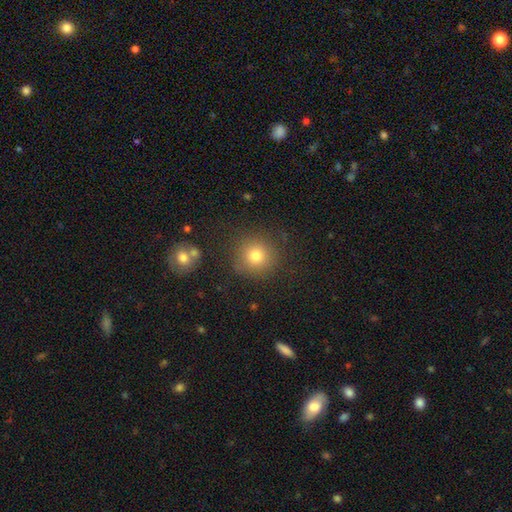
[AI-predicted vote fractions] smooth_or_featured: smooth (p=0.77) [alt: star or artifact p=0.14]
how_rounded: round (p=0.93) [alt: in between p=0.06]
merging: none (p=0.84) [alt: minor disturbance p=0.09]